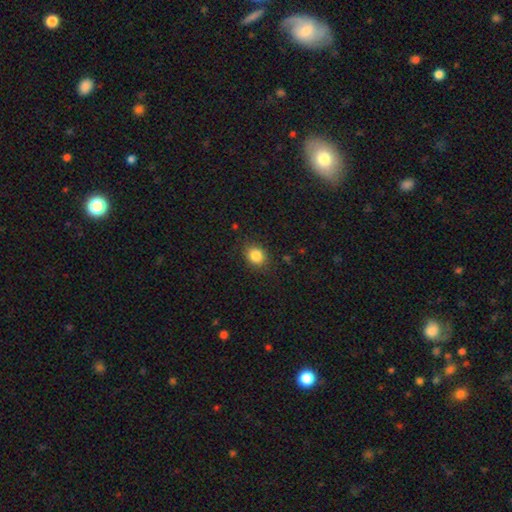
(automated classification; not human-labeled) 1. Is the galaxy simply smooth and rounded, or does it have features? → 84% smooth, 10% star or artifact, 6% featured or disk.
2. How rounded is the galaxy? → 57% round, 43% in between, 1% cigar-shaped.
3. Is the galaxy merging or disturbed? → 82% none, 13% minor disturbance, 3% major disturbance, 1% merger.